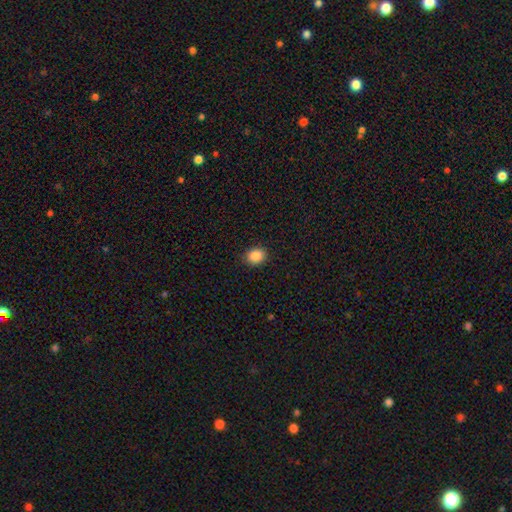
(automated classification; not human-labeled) A smooth galaxy with no disk features (88%) that is round (52%). Merging: none (89%).